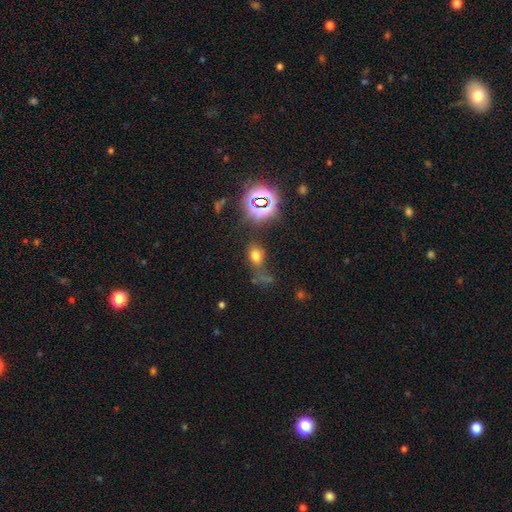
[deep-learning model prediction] Q: Smooth or featured?
A: smooth (63%); runner-up: star or artifact (28%)
Q: How rounded?
A: in between (63%); runner-up: round (34%)
Q: Merging?
A: none (56%); runner-up: minor disturbance (17%)